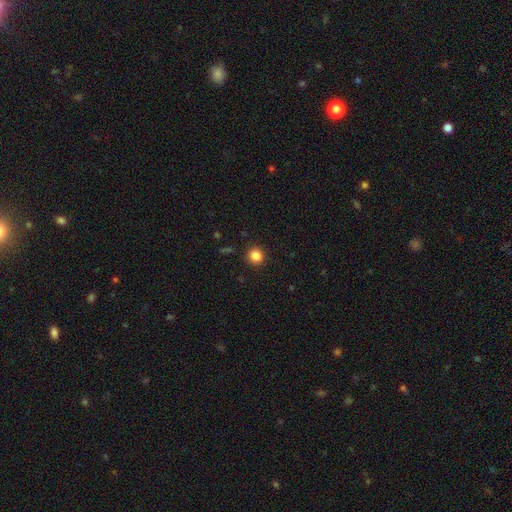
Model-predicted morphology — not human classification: type=smooth (85%); roundness=round (90%); merging=none (91%).